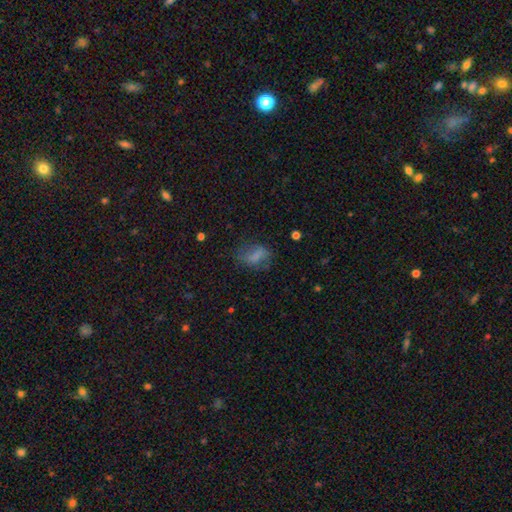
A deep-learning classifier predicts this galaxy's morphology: smooth-or-featured: smooth: 64% | featured or disk: 24% | star or artifact: 12%
  how-rounded: in between: 78% | round: 17% | cigar-shaped: 5%
  merging: none: 55% | minor disturbance: 25% | major disturbance: 18% | merger: 2%